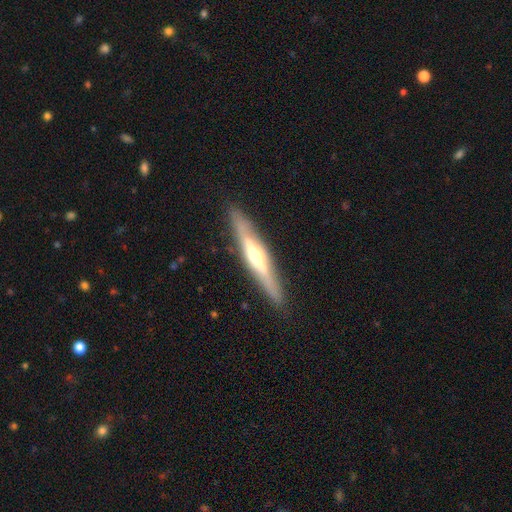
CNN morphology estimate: Smooth or featured? Predicted: featured or disk (p=0.66). Edge-on disk? Predicted: yes (p=0.92). Edge-on bulge? Predicted: rounded (p=0.83). Merging? Predicted: none (p=0.89).